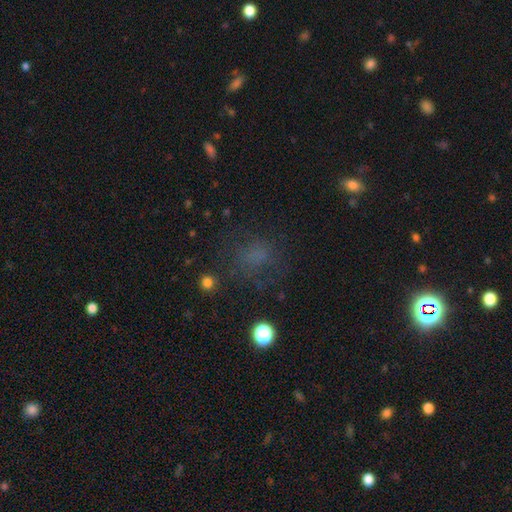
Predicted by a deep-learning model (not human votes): This is possibly a smooth galaxy (58%). How rounded: likely round (65%). Merging: likely none (64%).